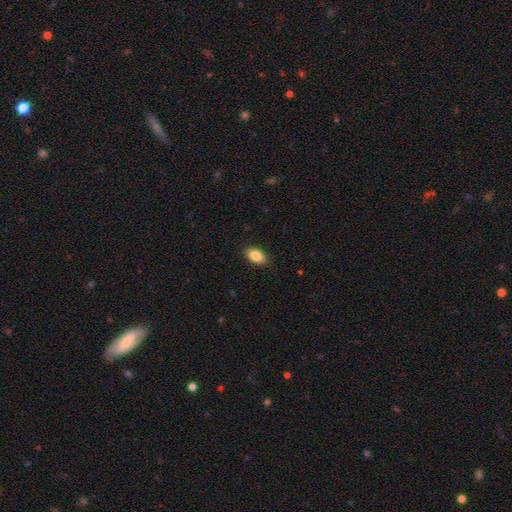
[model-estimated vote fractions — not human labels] The model was most divided on "smooth or featured": smooth: 86%, star or artifact: 7%, featured or disk: 6%. More confident: how rounded — in between (92%); merging — none (89%).